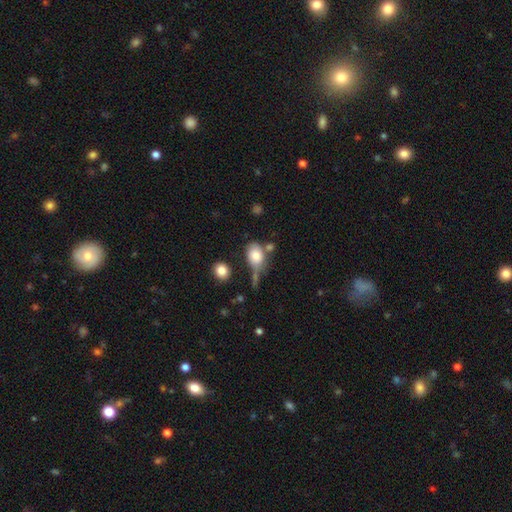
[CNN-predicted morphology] Smooth or featured? smooth (81%)
How rounded? in between (77%)
Merging? none (47%)